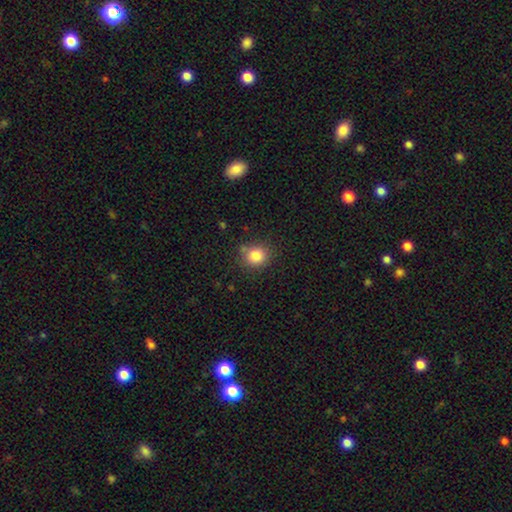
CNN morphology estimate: smooth_or_featured: smooth (p=0.83) [alt: star or artifact p=0.11]
how_rounded: round (p=0.80) [alt: in between p=0.19]
merging: none (p=0.80) [alt: minor disturbance p=0.13]